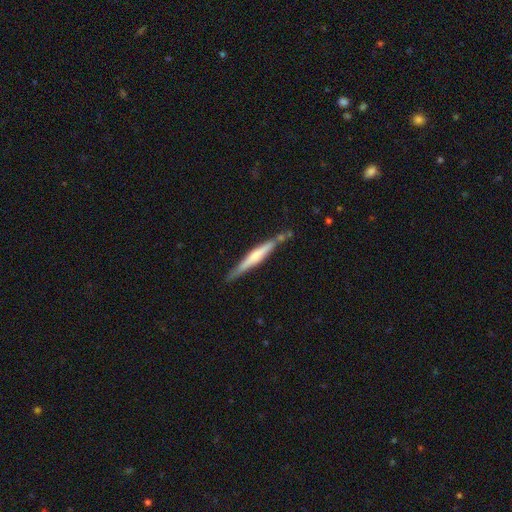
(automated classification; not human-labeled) This appears to be a featured or disk galaxy (56%) viewed edge-on (97%) with a rounded central bulge (54%). Merging: none (78%).